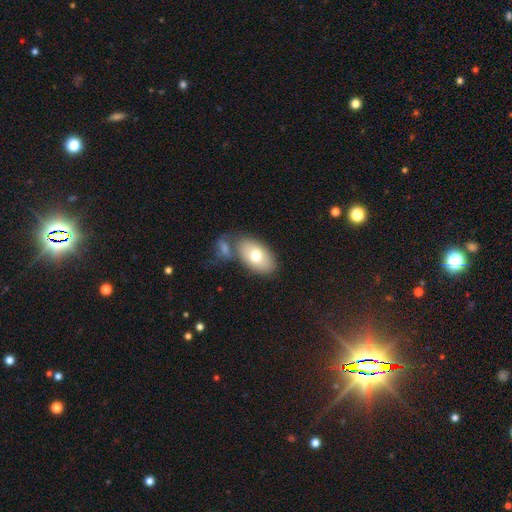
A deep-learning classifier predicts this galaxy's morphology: A smooth galaxy with no disk features (72%) that is in between round and cigar-shaped (91%).

Vote fractions:
- Smooth or featured? smooth: 72% / featured or disk: 21% / star or artifact: 7%
- How rounded? in between: 91% / round: 7% / cigar-shaped: 2%
- Merging? none: 59% / merger: 21% / minor disturbance: 14% / major disturbance: 5%